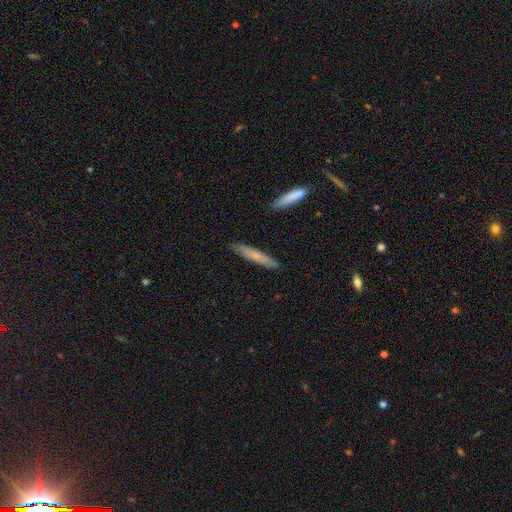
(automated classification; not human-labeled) A smooth galaxy with no disk features (64%) that is cigar-shaped (91%). Merging: none (88%).